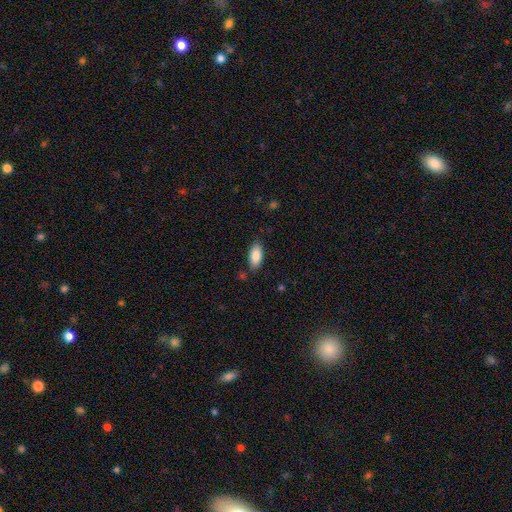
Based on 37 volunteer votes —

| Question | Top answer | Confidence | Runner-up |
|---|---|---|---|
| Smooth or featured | smooth | 89% | featured or disk (8%) |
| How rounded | in between | 91% | cigar-shaped (9%) |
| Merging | none | 78% | minor disturbance (14%) |